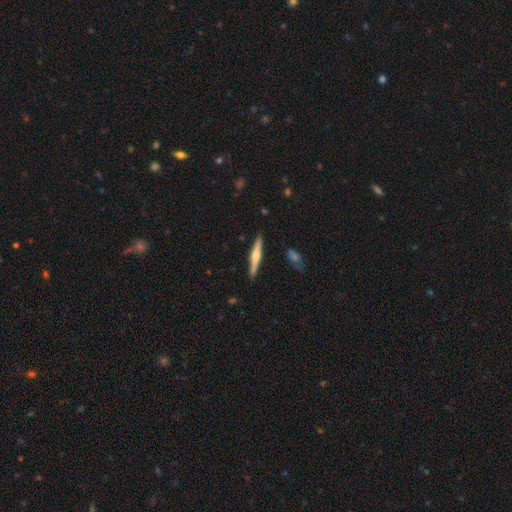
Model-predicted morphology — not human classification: A featured or disk galaxy (61%) viewed edge-on (97%) with a rounded central bulge (82%). Merging: none (90%).